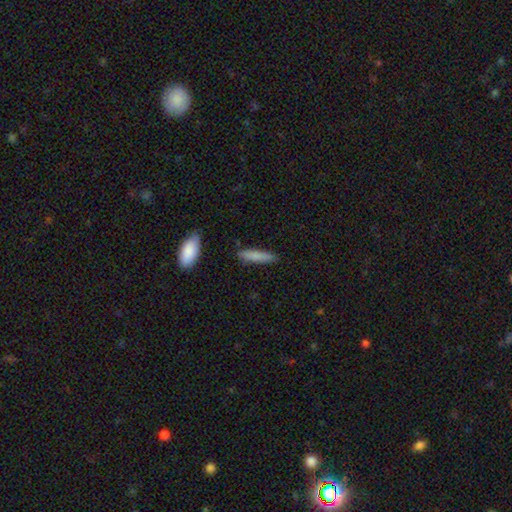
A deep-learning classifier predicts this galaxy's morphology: Smooth or featured? smooth (81%)
How rounded? cigar-shaped (82%)
Merging? none (84%)